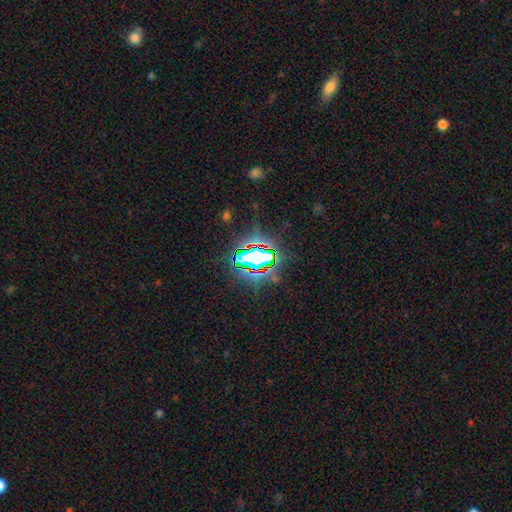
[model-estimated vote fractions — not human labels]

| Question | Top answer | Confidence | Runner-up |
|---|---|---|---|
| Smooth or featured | star or artifact | 70% | smooth (16%) |